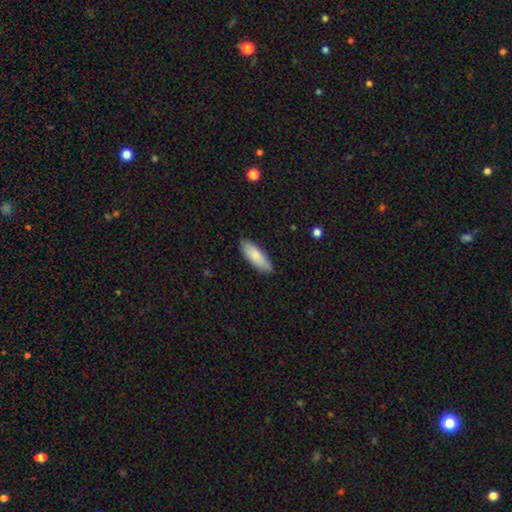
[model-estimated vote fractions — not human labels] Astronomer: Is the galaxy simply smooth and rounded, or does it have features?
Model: smooth — 85%.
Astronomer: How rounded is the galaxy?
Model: in between — 66%.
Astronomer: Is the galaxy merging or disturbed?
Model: none — 89%.